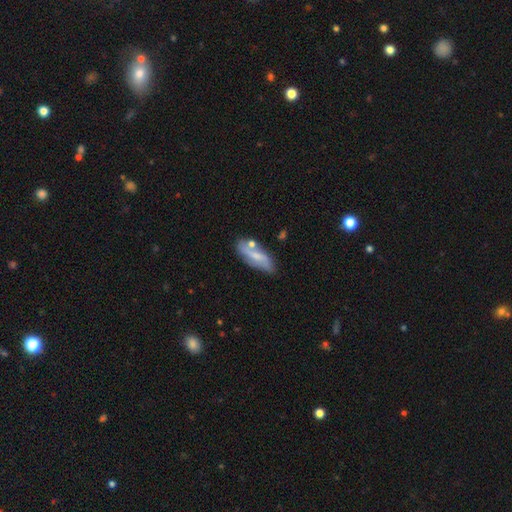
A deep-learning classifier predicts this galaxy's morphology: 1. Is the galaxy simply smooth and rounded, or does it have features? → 48% featured or disk, 45% smooth, 7% star or artifact.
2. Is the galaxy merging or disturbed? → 60% none, 22% minor disturbance, 11% merger, 6% major disturbance.